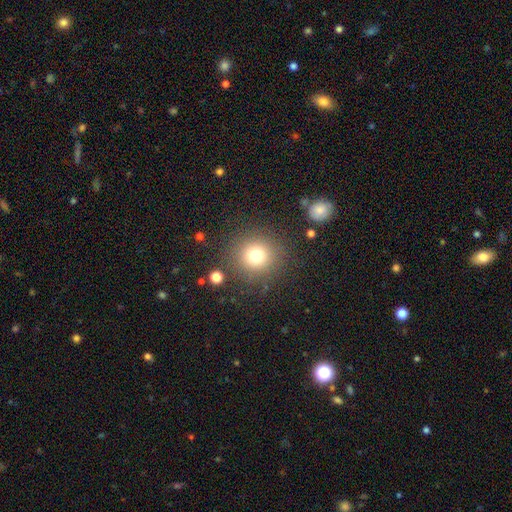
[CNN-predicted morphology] Overall: smooth (75%). How rounded: round (92%). Merging: none (86%).